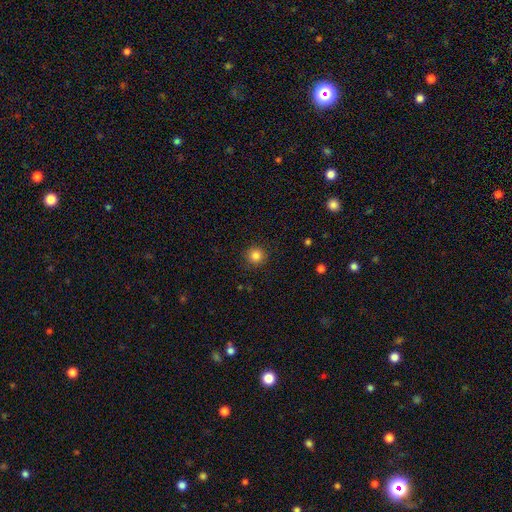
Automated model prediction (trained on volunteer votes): Overall: smooth (84%). How rounded: round (95%). Merging: none (91%).